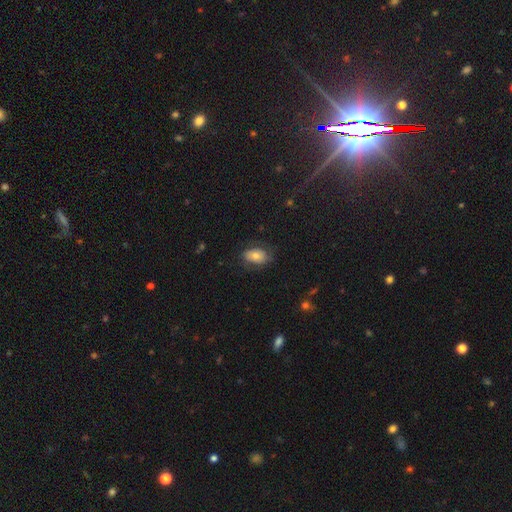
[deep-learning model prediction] This appears to be a smooth galaxy with no disk features (61%) that is in between round and cigar-shaped (85%). Merging: none (66%).